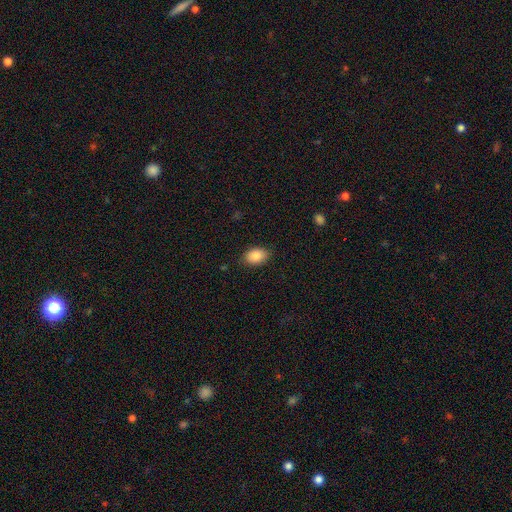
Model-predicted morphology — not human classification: Smooth or featured?
  - smooth: 86% *
  - star or artifact: 7%
  - featured or disk: 6%
How rounded?
  - in between: 86% *
  - round: 13%
  - cigar-shaped: 1%
Merging?
  - none: 84% *
  - minor disturbance: 12%
  - major disturbance: 3%
  - merger: 1%